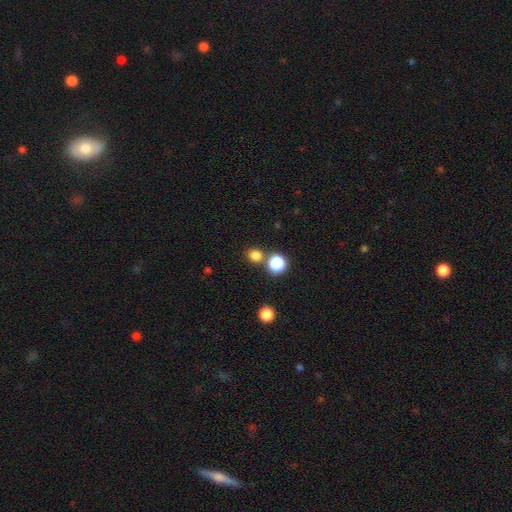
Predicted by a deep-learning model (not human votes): Morphology: type=smooth (78%); roundness=round (84%); merging=none (75%).